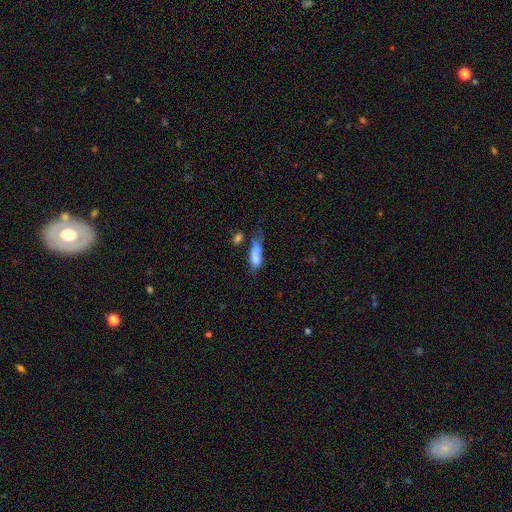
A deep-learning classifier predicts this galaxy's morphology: This is likely a smooth galaxy (73%). How rounded: likely in between (68%). Merging: marginally major disturbance (28%).